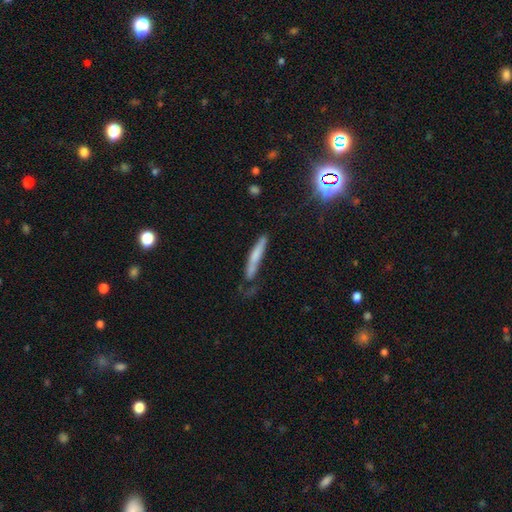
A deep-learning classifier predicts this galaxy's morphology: A smooth galaxy with no disk features (61%) that is cigar-shaped (93%). Merging: none (60%).